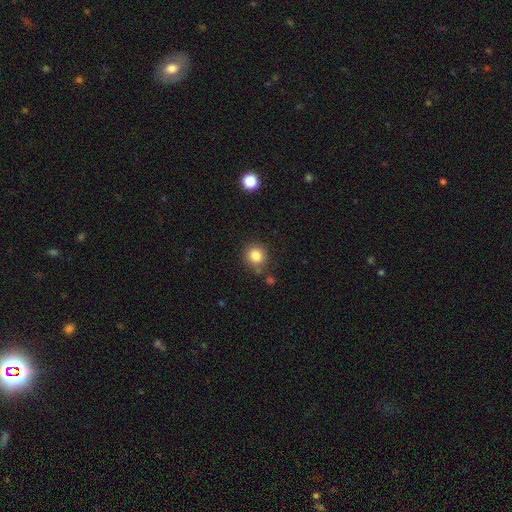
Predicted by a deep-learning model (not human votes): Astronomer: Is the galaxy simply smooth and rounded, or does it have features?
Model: smooth — 83%.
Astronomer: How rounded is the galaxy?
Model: round — 88%.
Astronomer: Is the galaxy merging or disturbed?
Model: none — 77%.